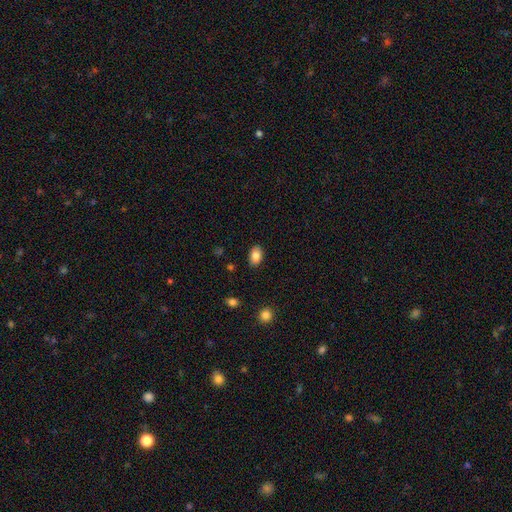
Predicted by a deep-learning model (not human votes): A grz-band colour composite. It shows a smooth galaxy with no disk features (84%) that is in between round and cigar-shaped (89%). Merging: none (88%).